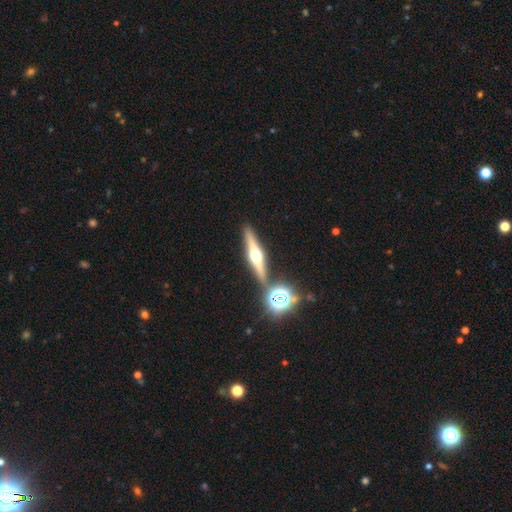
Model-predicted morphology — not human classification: featured or disk 74%, smooth 17%, star or artifact 9%. Down the decision tree: edge-on disk — yes (97%); edge-on bulge — rounded (96%); merging — none (83%).